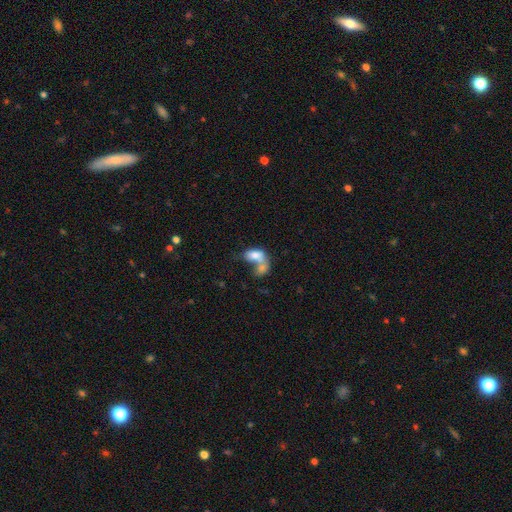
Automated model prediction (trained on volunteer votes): smooth_or_featured: smooth (p=0.67) [alt: featured or disk p=0.25]
how_rounded: in between (p=0.86) [alt: round p=0.11]
merging: merger (p=0.68) [alt: major disturbance p=0.13]